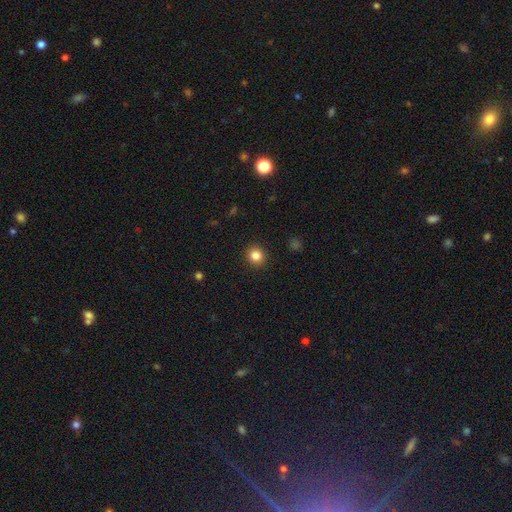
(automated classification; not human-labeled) Smooth or featured? smooth (84%)
How rounded? round (88%)
Merging? none (92%)